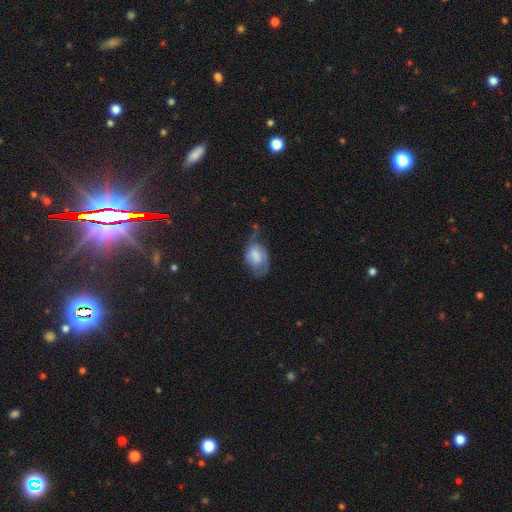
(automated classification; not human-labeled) This is possibly a smooth galaxy (53%). How rounded: clearly in between (84%). Merging: marginally minor disturbance (35%).